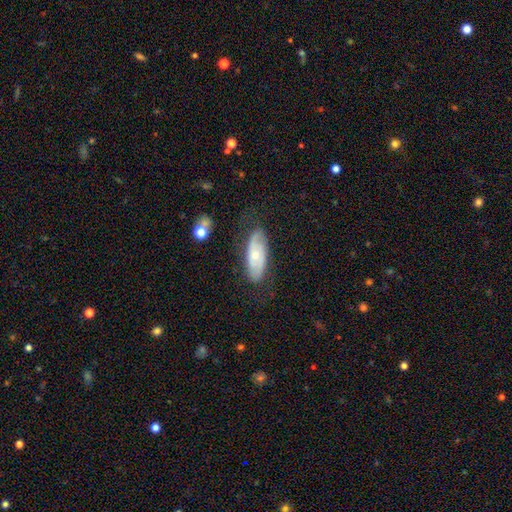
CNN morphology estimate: smooth_or_featured: featured or disk (p=0.58) [alt: smooth p=0.35]
disk_edge_on: no (p=0.86) [alt: yes p=0.14]
bar: no (p=0.74) [alt: weak p=0.22]
has_spiral_arms: yes (p=0.81) [alt: no p=0.19]
bulge_size: small (p=0.59) [alt: moderate p=0.37]
merging: none (p=0.70) [alt: minor disturbance p=0.21]